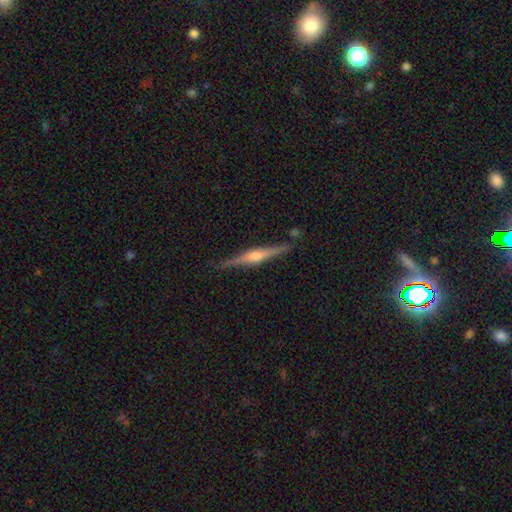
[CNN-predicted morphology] This appears to be a featured or disk galaxy (81%) viewed edge-on (98%) with a rounded central bulge (87%). Merging: none (89%).